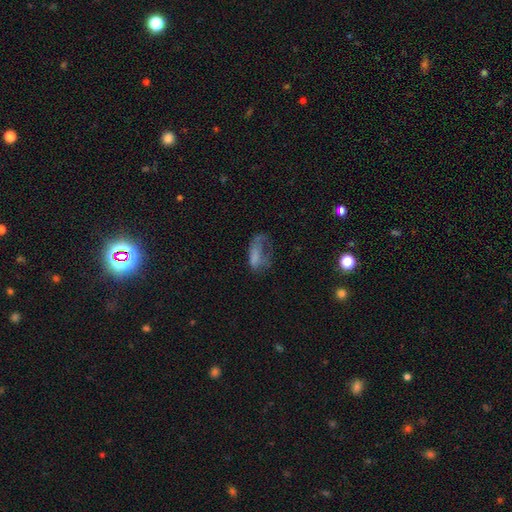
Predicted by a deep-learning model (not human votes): smooth-or-featured: smooth: 54% | featured or disk: 32% | star or artifact: 14%
  how-rounded: in between: 85% | cigar-shaped: 9% | round: 6%
  merging: major disturbance: 51% | none: 24% | minor disturbance: 21% | merger: 4%